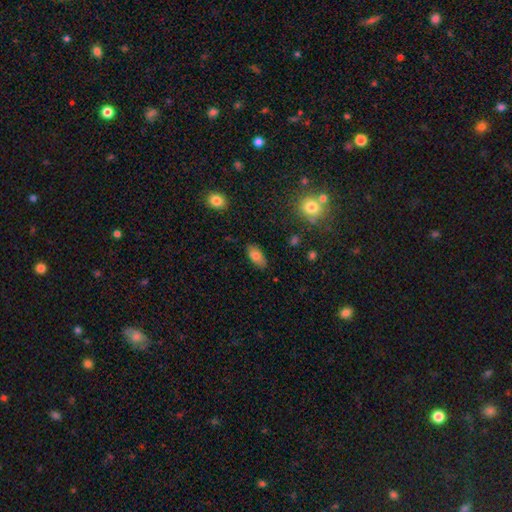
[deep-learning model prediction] smooth-or-featured: smooth: 79% | featured or disk: 13% | star or artifact: 8%
  how-rounded: in between: 90% | cigar-shaped: 6% | round: 4%
  merging: none: 82% | minor disturbance: 13% | major disturbance: 3% | merger: 2%